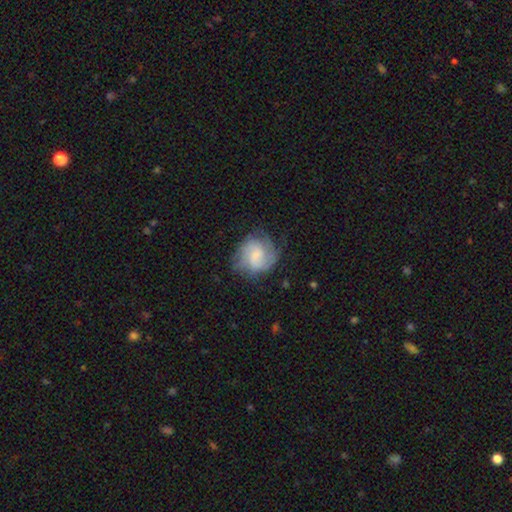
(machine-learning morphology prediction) smooth_or_featured: featured or disk (p=0.56) [alt: smooth p=0.36]
disk_edge_on: no (p=0.98) [alt: yes p=0.02]
bar: weak (p=0.45) [alt: no p=0.44]
has_spiral_arms: yes (p=0.86) [alt: no p=0.14]
bulge_size: small (p=0.34) [alt: none p=0.29]
merging: none (p=0.62) [alt: minor disturbance p=0.23]